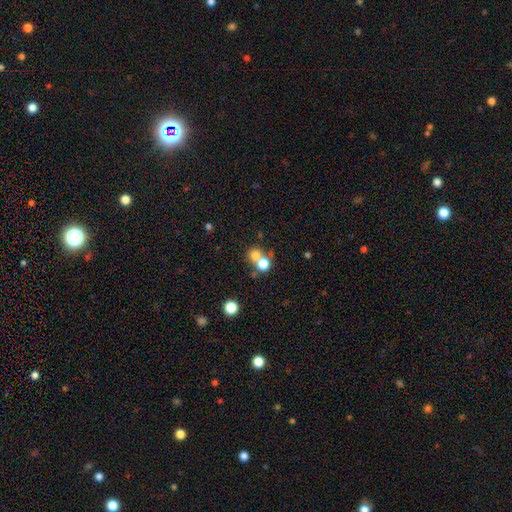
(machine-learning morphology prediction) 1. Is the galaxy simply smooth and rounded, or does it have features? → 73% smooth, 16% star or artifact, 11% featured or disk.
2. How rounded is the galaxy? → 86% round, 13% in between, 1% cigar-shaped.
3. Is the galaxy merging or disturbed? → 45% merger (tied), 45% none (tied), 6% minor disturbance, 4% major disturbance.